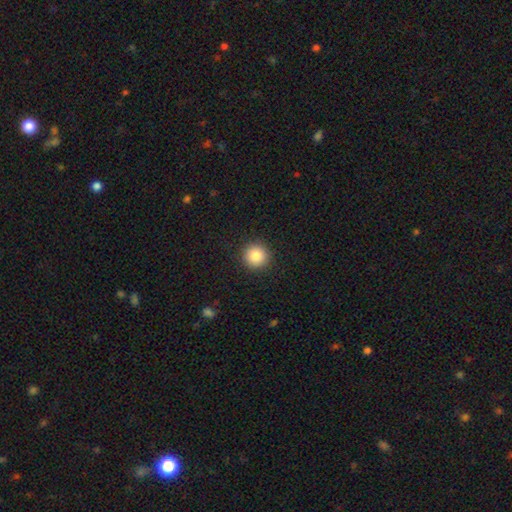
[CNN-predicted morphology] Smooth or featured? smooth (85%)
How rounded? round (95%)
Merging? none (92%)